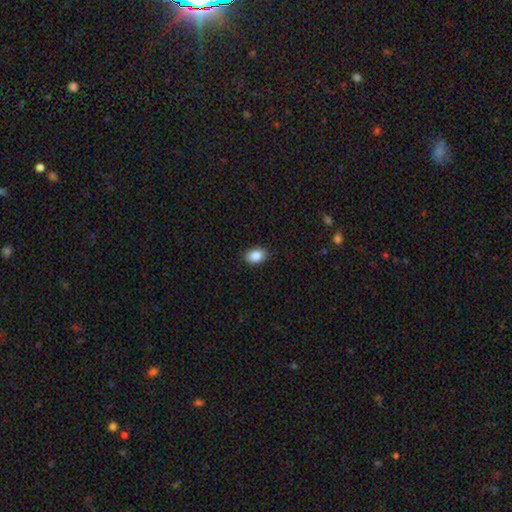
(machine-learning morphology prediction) A smooth galaxy with no disk features (88%) that is in between round and cigar-shaped (82%). Merging: none (87%).